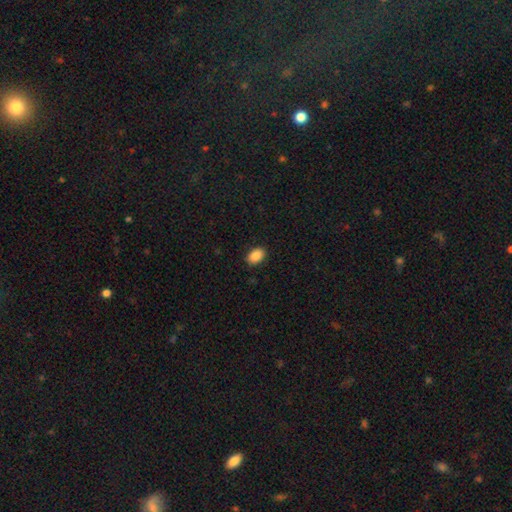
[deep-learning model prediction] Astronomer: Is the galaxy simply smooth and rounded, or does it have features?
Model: smooth — 88%.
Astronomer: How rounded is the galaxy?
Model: in between — 86%.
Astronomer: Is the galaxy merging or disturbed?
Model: none — 90%.